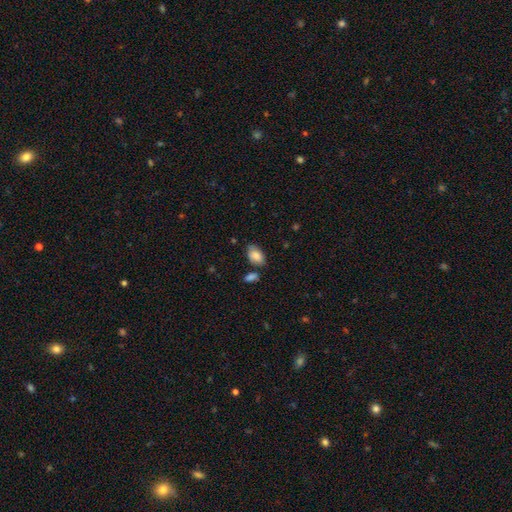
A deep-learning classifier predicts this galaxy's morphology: This is clearly a smooth galaxy (84%). How rounded: clearly in between (91%). Merging: likely none (67%).